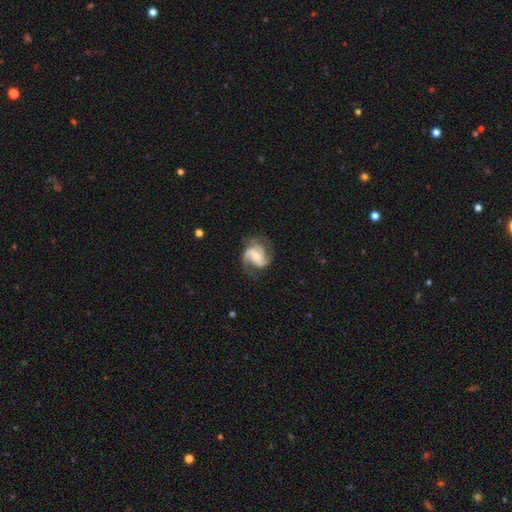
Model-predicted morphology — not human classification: type=featured or disk (85%); edge-on=no (98%); bar=no (44%); spiral arms=yes (96%); winding=medium (50%); arm count=2 (63%); bulge=moderate (52%); merging=none (64%).